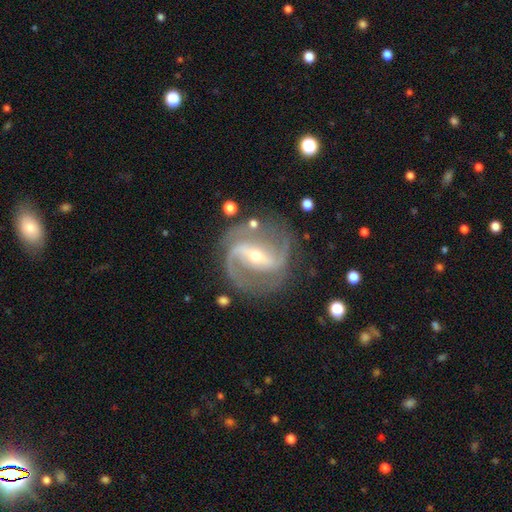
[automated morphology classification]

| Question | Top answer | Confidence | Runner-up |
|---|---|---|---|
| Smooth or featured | featured or disk | 90% | star or artifact (6%) |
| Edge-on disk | no | 96% | yes (4%) |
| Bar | strong | 60% | weak (28%) |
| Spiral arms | yes | 97% | no (3%) |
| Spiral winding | medium | 56% | loose (22%) |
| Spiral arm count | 2 | 85% | 3 (6%) |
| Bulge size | small | 59% | moderate (38%) |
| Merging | none | 76% | minor disturbance (14%) |